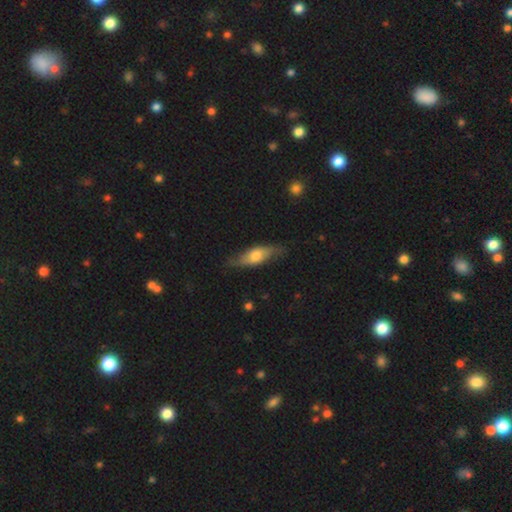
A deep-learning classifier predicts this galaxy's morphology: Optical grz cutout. It shows a smooth galaxy with no disk features (50%) that is in between round and cigar-shaped (58%). Merging: none (73%).